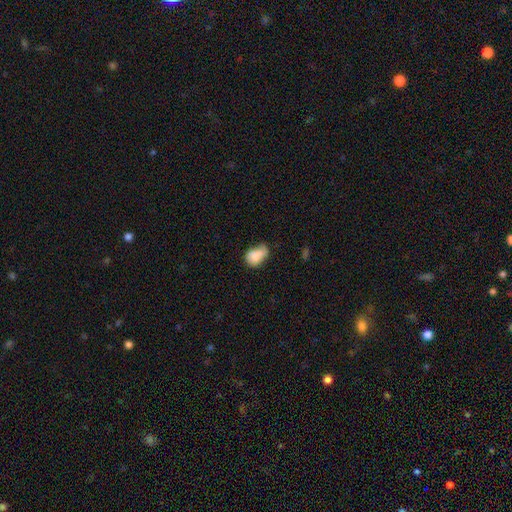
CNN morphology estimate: smooth-or-featured: smooth: 79% | featured or disk: 12% | star or artifact: 9%
  how-rounded: in between: 76% | round: 22% | cigar-shaped: 1%
  merging: minor disturbance: 40% | none: 35% | major disturbance: 16% | merger: 9%